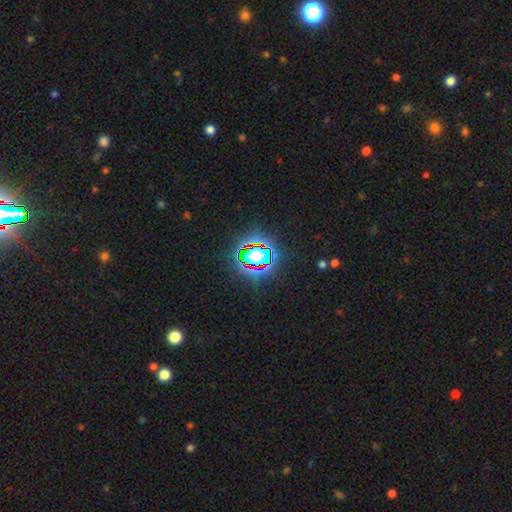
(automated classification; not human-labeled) Smooth or featured: star or artifact — 71% (smooth — 17%)